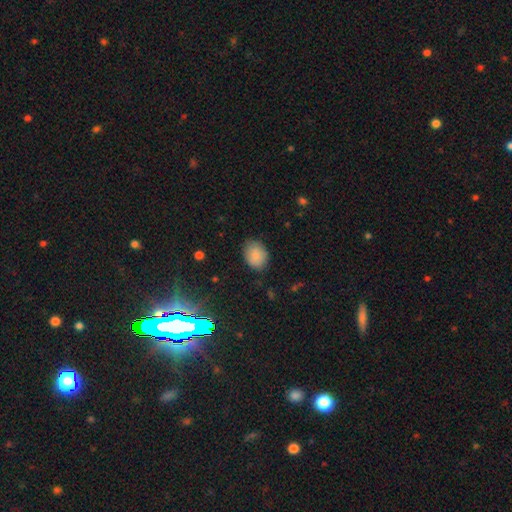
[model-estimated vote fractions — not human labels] This appears to be a smooth galaxy with no disk features (85%) that is in between round and cigar-shaped (65%). Merging: none (81%).